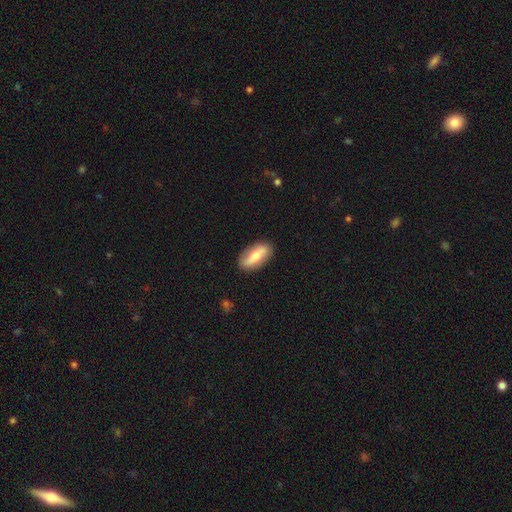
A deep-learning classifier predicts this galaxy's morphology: Q: Smooth or featured?
A: smooth (51%); runner-up: featured or disk (43%)
Q: How rounded?
A: in between (78%); runner-up: cigar-shaped (17%)
Q: Merging?
A: none (86%); runner-up: minor disturbance (10%)